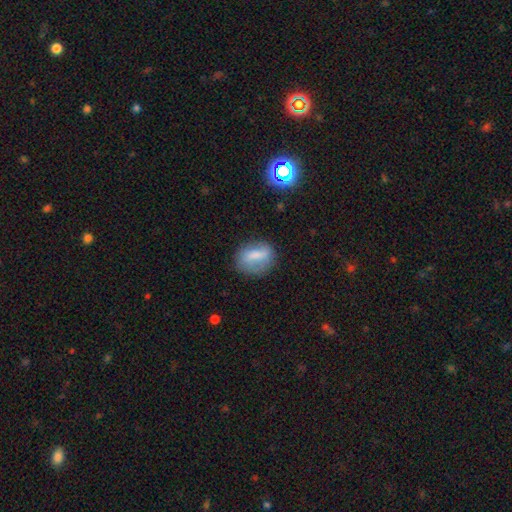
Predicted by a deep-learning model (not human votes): Q: Smooth or featured?
A: smooth (66%); runner-up: featured or disk (25%)
Q: How rounded?
A: in between (62%); runner-up: round (34%)
Q: Merging?
A: none (67%); runner-up: minor disturbance (22%)